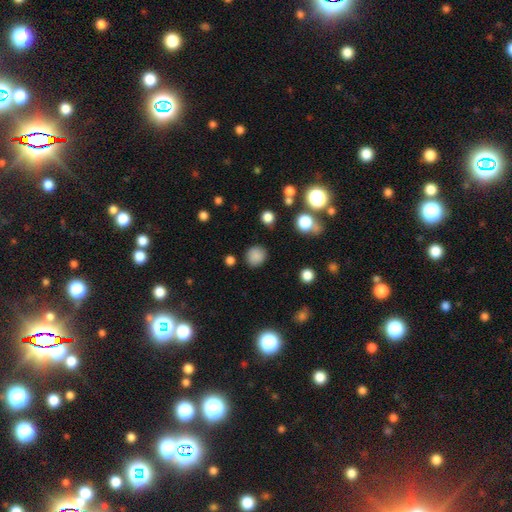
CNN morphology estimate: smooth 83%, star or artifact 13%, featured or disk 4%. Down the decision tree: how rounded — round (87%); merging — none (84%).